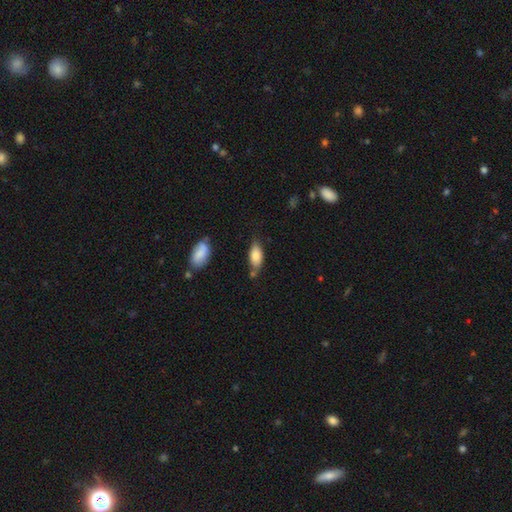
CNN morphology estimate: Q: Smooth or featured?
A: smooth (81%); runner-up: featured or disk (12%)
Q: How rounded?
A: in between (86%); runner-up: cigar-shaped (12%)
Q: Merging?
A: none (61%); runner-up: minor disturbance (24%)